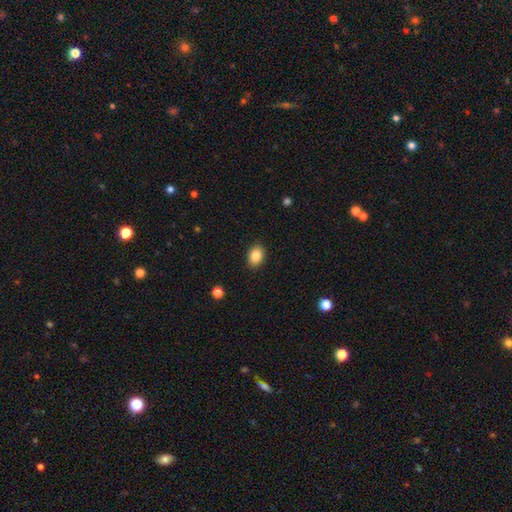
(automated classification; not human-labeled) Smooth or featured? Predicted: smooth (p=0.86). How rounded? Predicted: in between (p=0.76). Merging? Predicted: none (p=0.89).